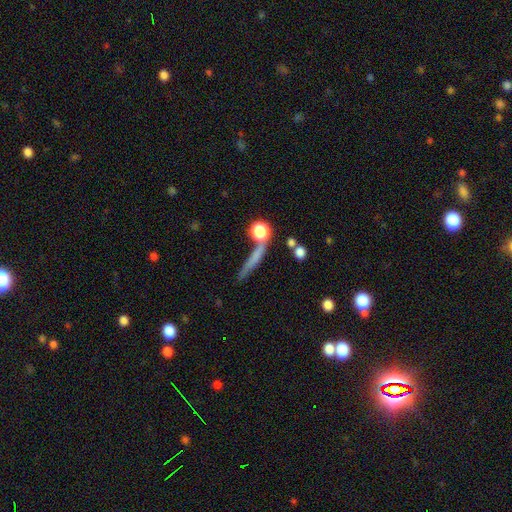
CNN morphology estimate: Smooth or featured: smooth — 57% (featured or disk — 30%)
How rounded: cigar-shaped — 75% (round — 14%)
Merging: none — 62% (minor disturbance — 15%)